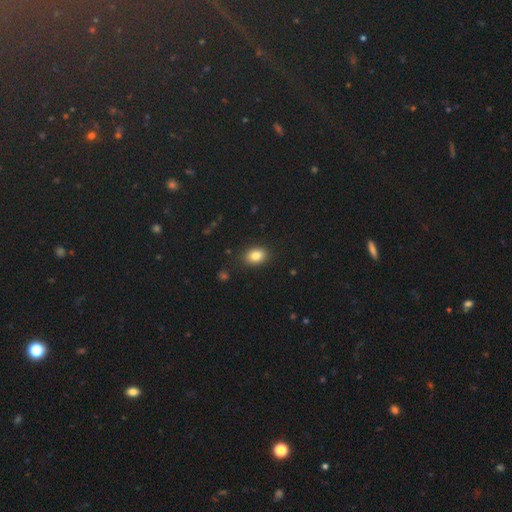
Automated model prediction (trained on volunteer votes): smooth_or_featured: smooth (p=0.85) [alt: star or artifact p=0.10]
how_rounded: in between (p=0.73) [alt: round p=0.26]
merging: none (p=0.86) [alt: minor disturbance p=0.10]